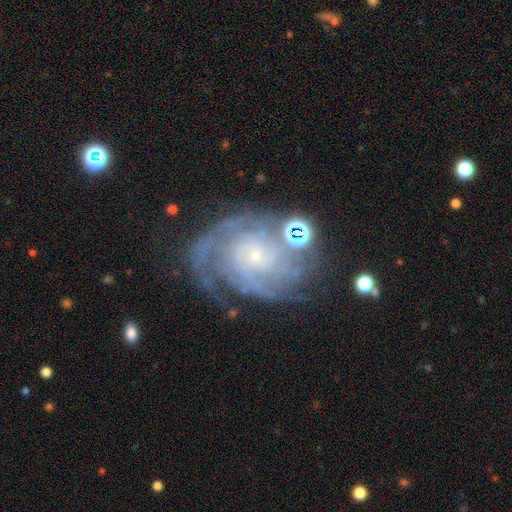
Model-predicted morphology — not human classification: Smooth or featured: featured or disk — 86% (star or artifact — 7%)
Edge-on disk: no — 97% (yes — 3%)
Bar: no — 78% (weak — 18%)
Spiral arms: yes — 96% (no — 4%)
Spiral winding: tight — 69% (medium — 26%)
Spiral arm count: can't tell — 28% (4 — 21%)
Bulge size: small — 85% (moderate — 9%)
Merging: none — 64% (minor disturbance — 19%)